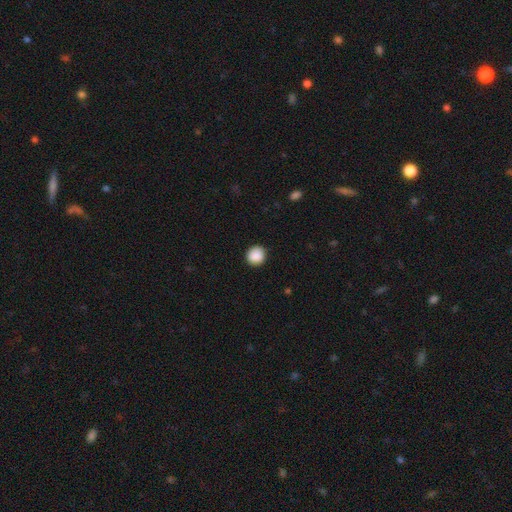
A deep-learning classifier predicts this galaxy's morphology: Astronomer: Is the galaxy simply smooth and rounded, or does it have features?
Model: smooth — 89%.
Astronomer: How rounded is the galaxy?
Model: round — 90%.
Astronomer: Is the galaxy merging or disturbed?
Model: none — 89%.